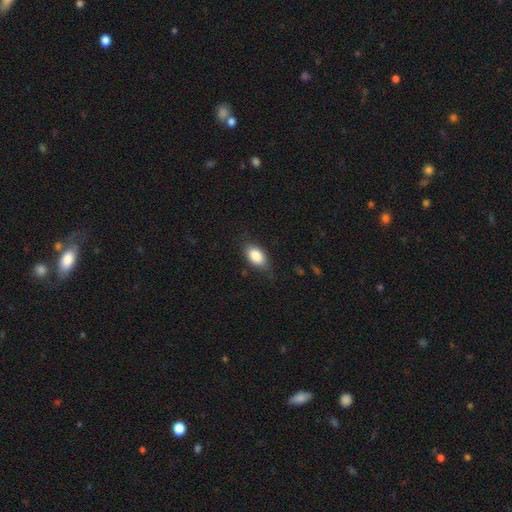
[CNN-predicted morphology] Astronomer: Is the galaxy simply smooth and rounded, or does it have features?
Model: smooth — 86%.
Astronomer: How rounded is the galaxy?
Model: in between — 90%.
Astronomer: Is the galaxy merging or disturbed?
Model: none — 76%.